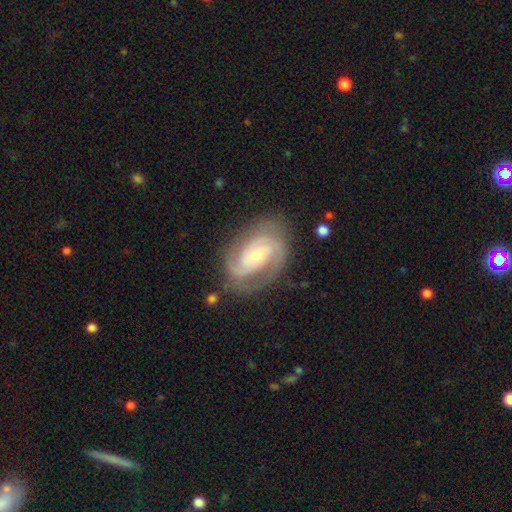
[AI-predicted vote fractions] smooth_or_featured: featured or disk (p=0.87) [alt: smooth p=0.08]
disk_edge_on: no (p=0.97) [alt: yes p=0.03]
bar: no (p=0.49) [alt: weak p=0.36]
has_spiral_arms: yes (p=0.97) [alt: no p=0.03]
spiral_winding: tight (p=0.52) [alt: medium p=0.40]
spiral_arm_count: 2 (p=0.51) [alt: 3 p=0.26]
bulge_size: small (p=0.56) [alt: moderate p=0.40]
merging: none (p=0.74) [alt: minor disturbance p=0.17]